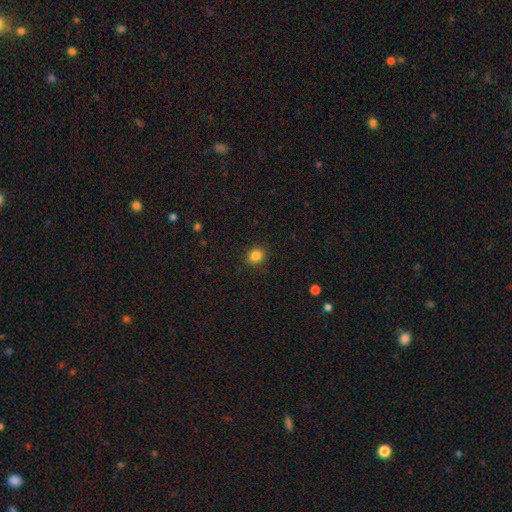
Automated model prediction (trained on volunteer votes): Q: Smooth or featured?
A: smooth (85%); runner-up: star or artifact (11%)
Q: How rounded?
A: round (64%); runner-up: in between (35%)
Q: Merging?
A: none (90%); runner-up: minor disturbance (7%)